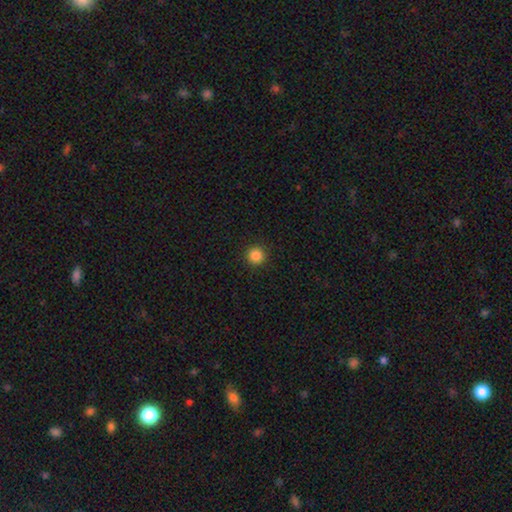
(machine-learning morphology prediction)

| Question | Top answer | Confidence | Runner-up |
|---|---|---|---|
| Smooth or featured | smooth | 85% | star or artifact (11%) |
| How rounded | round | 96% | in between (3%) |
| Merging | none | 93% | minor disturbance (4%) |